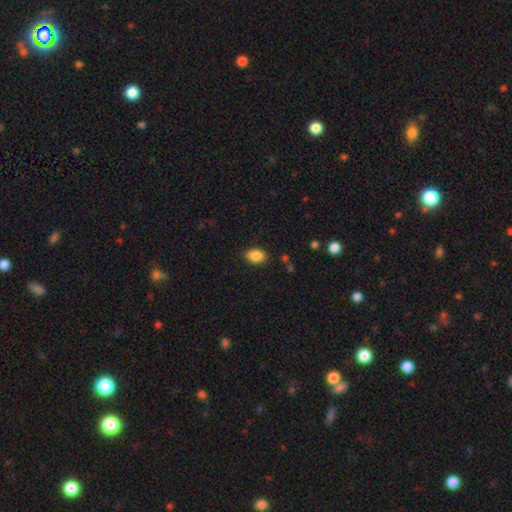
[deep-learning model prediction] Smooth or featured?
  - smooth: 88% *
  - star or artifact: 8%
  - featured or disk: 4%
How rounded?
  - in between: 86% *
  - round: 13%
  - cigar-shaped: 1%
Merging?
  - none: 86% *
  - minor disturbance: 10%
  - major disturbance: 3%
  - merger: 1%